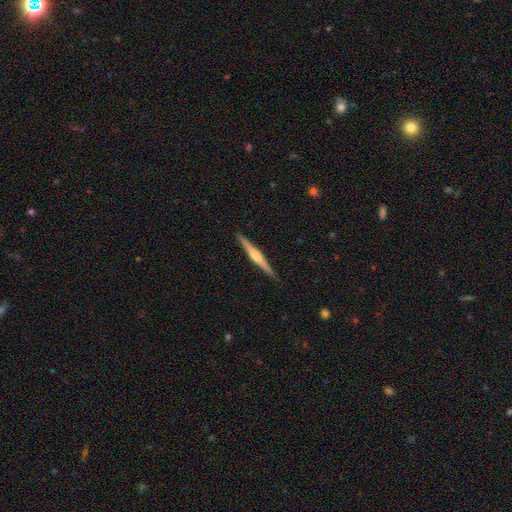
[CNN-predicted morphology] smooth_or_featured: featured or disk (p=0.68) [alt: smooth p=0.27]
disk_edge_on: yes (p=0.98) [alt: no p=0.02]
edge_on_bulge: rounded (p=0.78) [alt: boxy p=0.11]
merging: none (p=0.91) [alt: minor disturbance p=0.07]